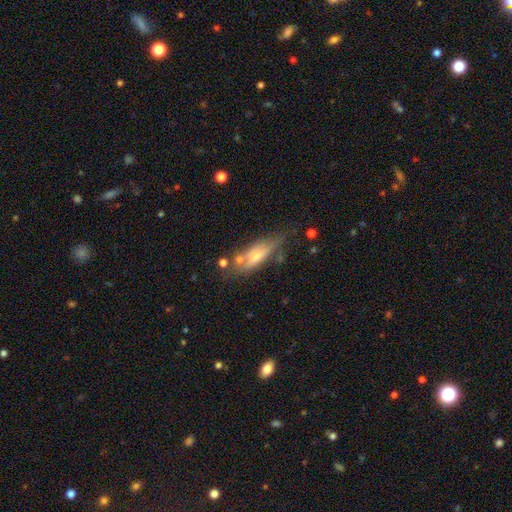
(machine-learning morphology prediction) This appears to be a featured or disk galaxy (49%). Merging: none (56%).